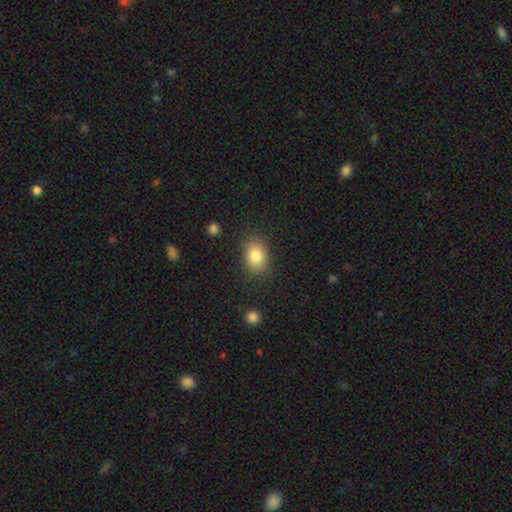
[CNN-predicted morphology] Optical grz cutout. It shows a smooth galaxy with no disk features (83%) that is in between round and cigar-shaped (77%). Merging: none (84%).